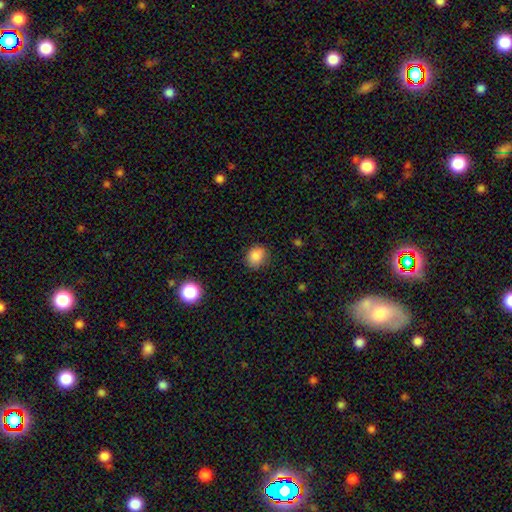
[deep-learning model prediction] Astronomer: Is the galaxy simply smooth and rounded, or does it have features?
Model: smooth — 85%.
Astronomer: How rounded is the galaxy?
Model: round — 60% (runner-up: in between, 39%).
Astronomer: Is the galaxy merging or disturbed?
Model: none — 80%.